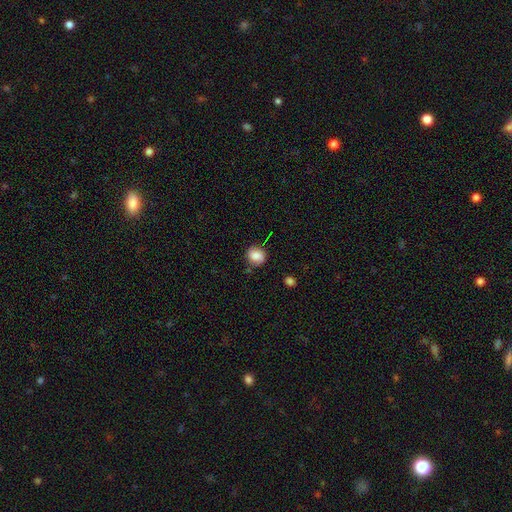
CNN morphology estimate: A smooth galaxy with no disk features (80%) that is round (77%). Merging: none (73%).